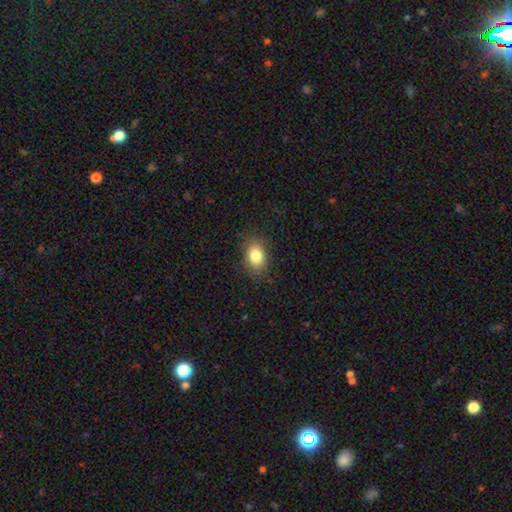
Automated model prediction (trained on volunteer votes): Q: Smooth or featured?
A: smooth (82%); runner-up: star or artifact (9%)
Q: How rounded?
A: in between (75%); runner-up: round (24%)
Q: Merging?
A: none (84%); runner-up: minor disturbance (12%)